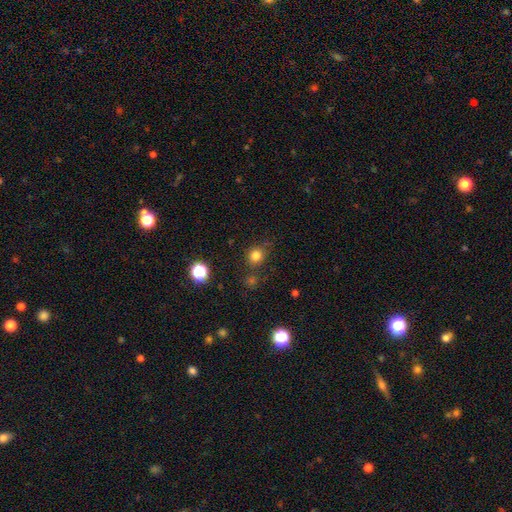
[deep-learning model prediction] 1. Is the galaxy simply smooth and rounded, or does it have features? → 79% smooth, 16% star or artifact, 5% featured or disk.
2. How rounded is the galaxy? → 84% round, 15% in between, 1% cigar-shaped.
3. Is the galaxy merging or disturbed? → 75% none, 14% minor disturbance, 6% merger, 5% major disturbance.